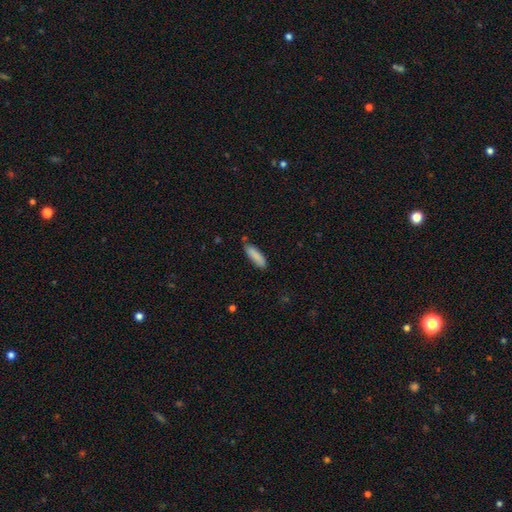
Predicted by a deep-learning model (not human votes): This appears to be a smooth galaxy with no disk features (86%) that is cigar-shaped (59%). Merging: none (77%).